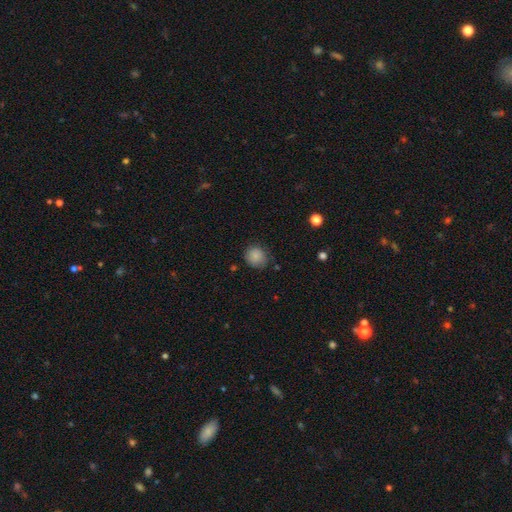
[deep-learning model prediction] Smooth or featured? Predicted: smooth (p=0.85). How rounded? Predicted: round (p=0.85). Merging? Predicted: none (p=0.75).